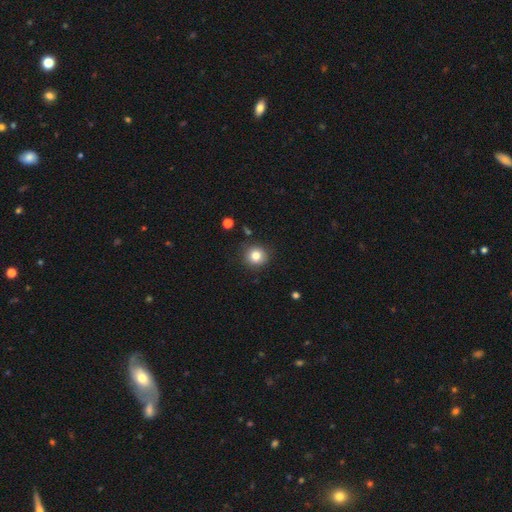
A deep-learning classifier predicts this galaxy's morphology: A smooth galaxy with no disk features (82%) that is round (89%). Merging: none (87%).